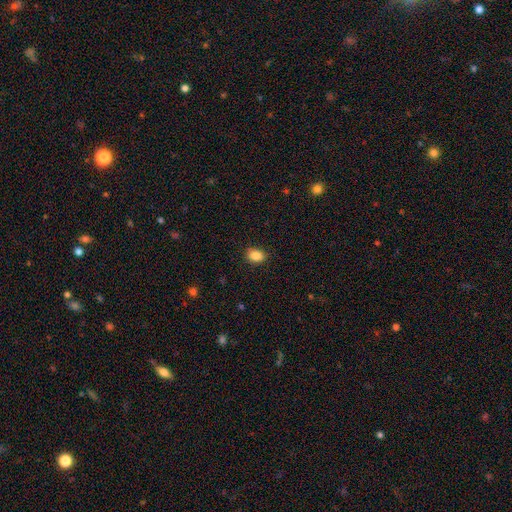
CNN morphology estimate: A smooth galaxy with no disk features (87%) that is in between round and cigar-shaped (72%). Merging: none (89%).